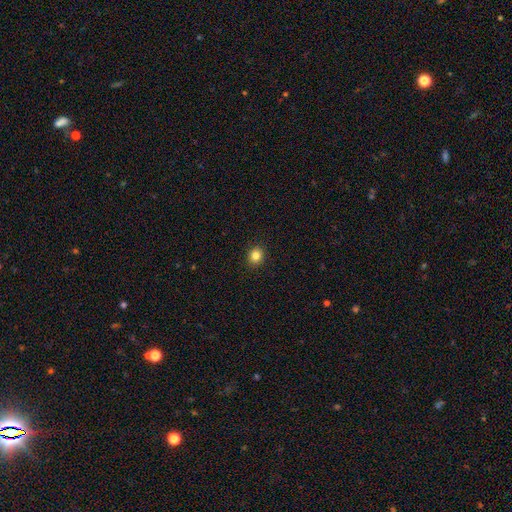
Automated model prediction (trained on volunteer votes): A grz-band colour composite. It shows a smooth galaxy with no disk features (83%) that is round (80%). Merging: none (92%).